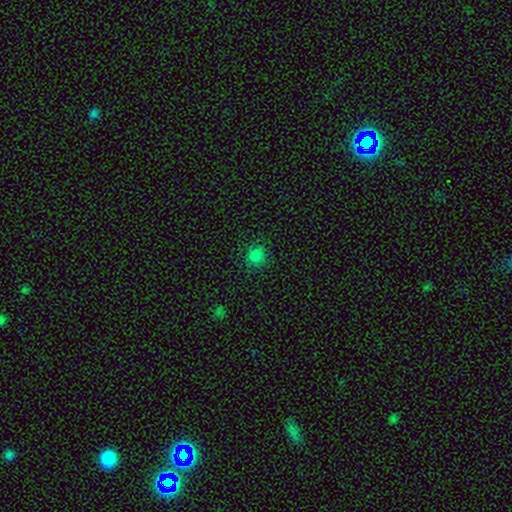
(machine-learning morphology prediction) This appears to be a smooth galaxy with no disk features (83%) that is round (90%). Merging: none (89%).